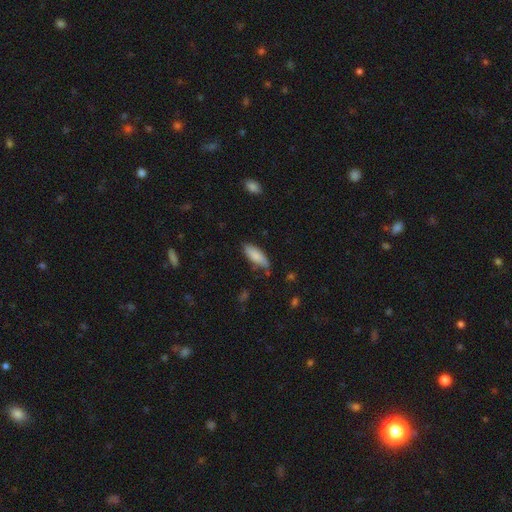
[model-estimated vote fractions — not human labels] A smooth galaxy with no disk features (84%) that is in between round and cigar-shaped (69%).

Vote fractions:
- Smooth or featured? smooth: 84% / featured or disk: 10% / star or artifact: 6%
- How rounded? in between: 69% / cigar-shaped: 29% / round: 2%
- Merging? none: 72% / minor disturbance: 21% / major disturbance: 4% / merger: 3%